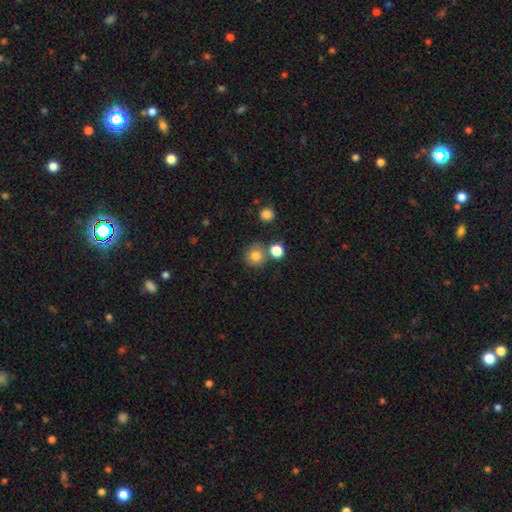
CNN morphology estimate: Q: Smooth or featured?
A: smooth (81%); runner-up: star or artifact (12%)
Q: How rounded?
A: round (91%); runner-up: in between (9%)
Q: Merging?
A: none (72%); runner-up: merger (14%)